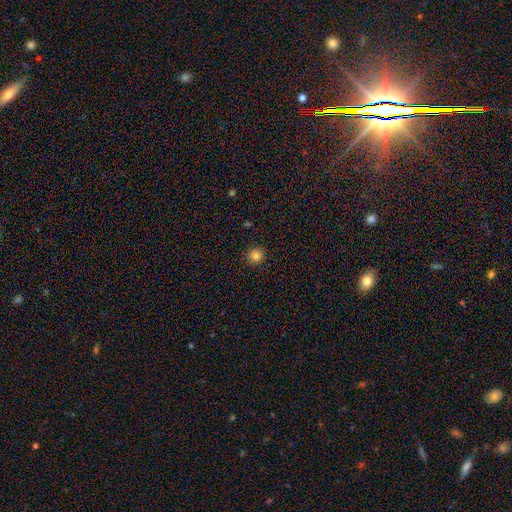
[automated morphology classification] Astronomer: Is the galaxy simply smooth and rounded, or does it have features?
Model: smooth — 83%.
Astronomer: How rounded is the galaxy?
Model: round — 88%.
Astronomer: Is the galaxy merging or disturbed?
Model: none — 90%.